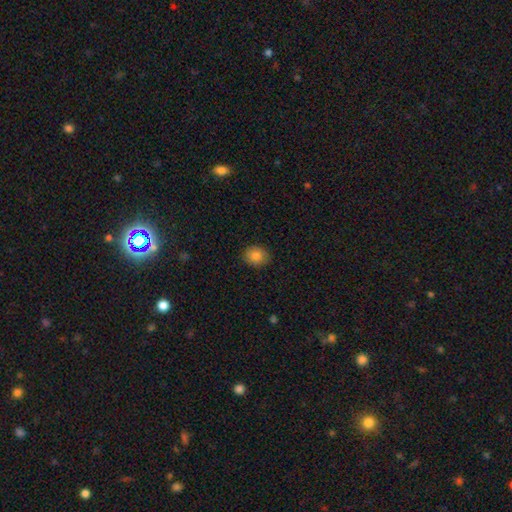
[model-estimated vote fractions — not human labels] Smooth or featured? smooth (84%)
How rounded? round (58%)
Merging? none (87%)